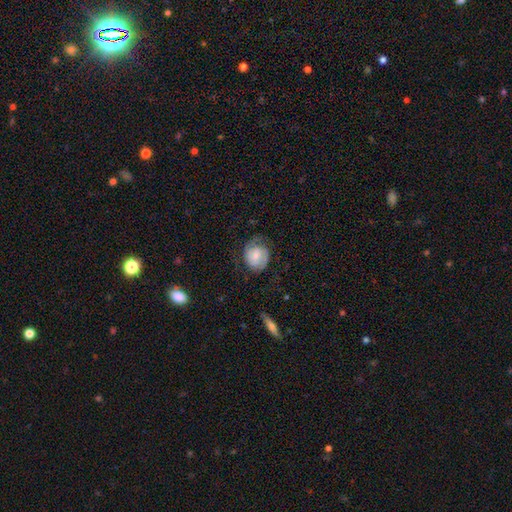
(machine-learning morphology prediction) Q: Smooth or featured?
A: featured or disk (61%); runner-up: smooth (32%)
Q: Edge-on disk?
A: no (98%); runner-up: yes (2%)
Q: Bar?
A: no (47%); runner-up: weak (42%)
Q: Spiral arms?
A: yes (90%); runner-up: no (10%)
Q: Spiral winding?
A: tight (50%); runner-up: medium (36%)
Q: Spiral arm count?
A: 2 (66%); runner-up: 1 (14%)
Q: Bulge size?
A: small (46%); runner-up: moderate (35%)
Q: Merging?
A: none (61%); runner-up: minor disturbance (23%)